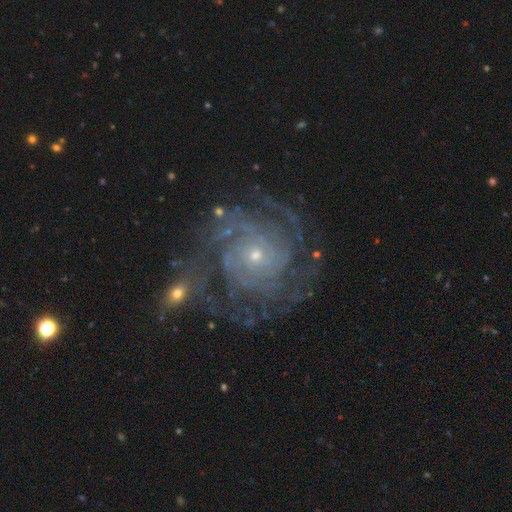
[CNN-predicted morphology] Overall: featured or disk (88%). Edge-on disk: no (98%). Bar: no (80%). Spiral arms: yes (97%). Spiral arm count: can't tell (26%; 4 20%). Spiral winding: tight (71%). Bulge size: small (75%). Merging: none (66%).